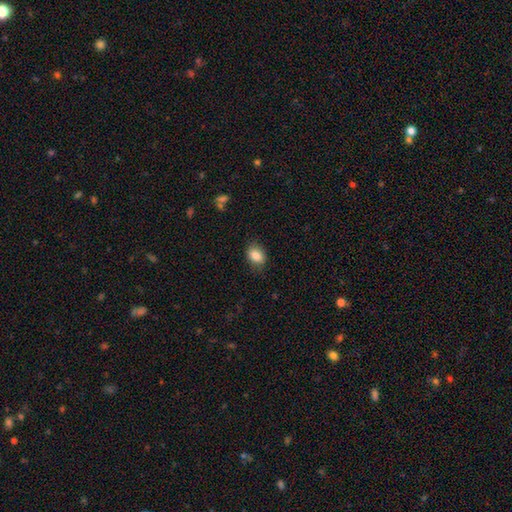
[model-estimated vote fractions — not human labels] Smooth or featured: smooth — 85% (star or artifact — 8%)
How rounded: in between — 73% (round — 26%)
Merging: none — 80% (minor disturbance — 15%)